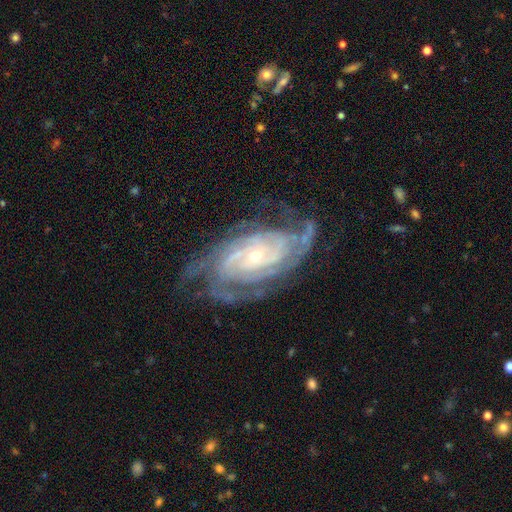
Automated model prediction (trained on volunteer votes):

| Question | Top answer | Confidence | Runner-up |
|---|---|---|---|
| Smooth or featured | featured or disk | 91% | star or artifact (5%) |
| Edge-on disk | no | 96% | yes (4%) |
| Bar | no | 63% | weak (25%) |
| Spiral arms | yes | 98% | no (2%) |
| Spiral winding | tight | 70% | medium (25%) |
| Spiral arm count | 2 | 24% | can't tell (21%) |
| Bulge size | small | 74% | moderate (23%) |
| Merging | none | 69% | minor disturbance (19%) |